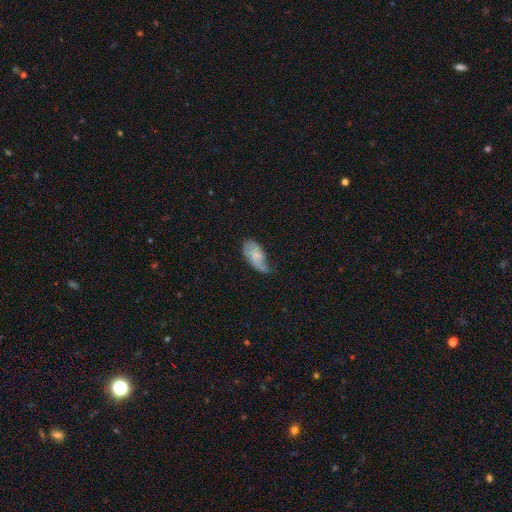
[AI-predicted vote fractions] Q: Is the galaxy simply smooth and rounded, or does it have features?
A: smooth — 54%.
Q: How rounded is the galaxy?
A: in between — 91%.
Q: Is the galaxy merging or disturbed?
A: minor disturbance — 40%, tied with none.